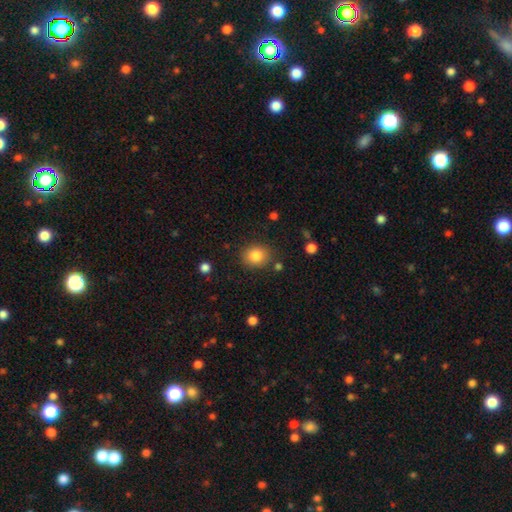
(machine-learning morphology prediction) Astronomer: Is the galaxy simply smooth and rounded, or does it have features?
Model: smooth — 83%.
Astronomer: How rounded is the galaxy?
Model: round — 67%.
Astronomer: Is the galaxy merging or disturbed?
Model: none — 85%.